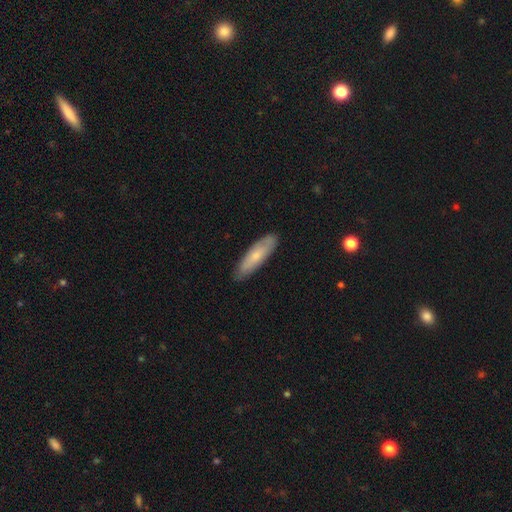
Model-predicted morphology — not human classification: A smooth galaxy with no disk features (64%) that is cigar-shaped (62%).

Vote fractions:
- Smooth or featured? smooth: 64% / featured or disk: 30% / star or artifact: 6%
- How rounded? cigar-shaped: 62% / in between: 36% / round: 2%
- Merging? none: 85% / minor disturbance: 12% / major disturbance: 2% / merger: 1%